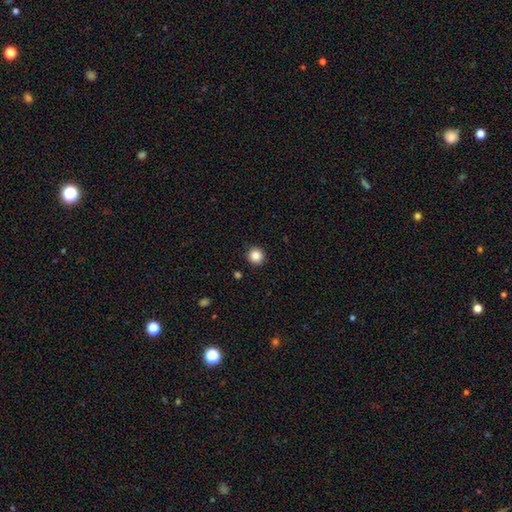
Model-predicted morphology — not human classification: Smooth or featured: smooth — 86% (star or artifact — 10%)
How rounded: round — 94% (in between — 5%)
Merging: none — 91% (minor disturbance — 6%)